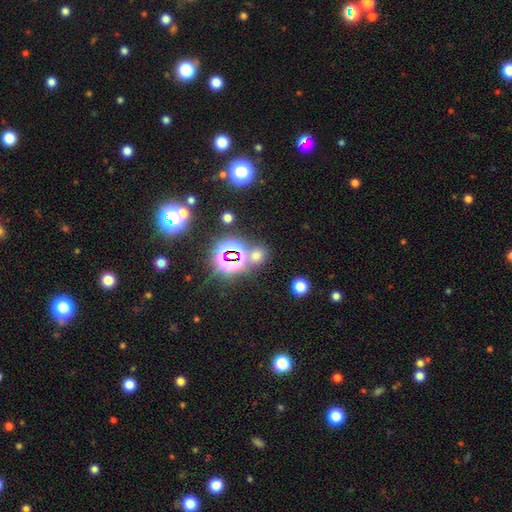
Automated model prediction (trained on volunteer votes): A smooth galaxy with no disk features (47%). Merging: none (69%).